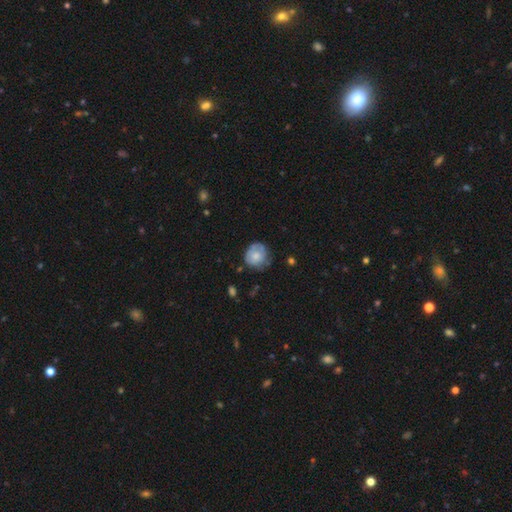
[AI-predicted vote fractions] Morphology: type=smooth (60%); roundness=round (83%); merging=none (58%).